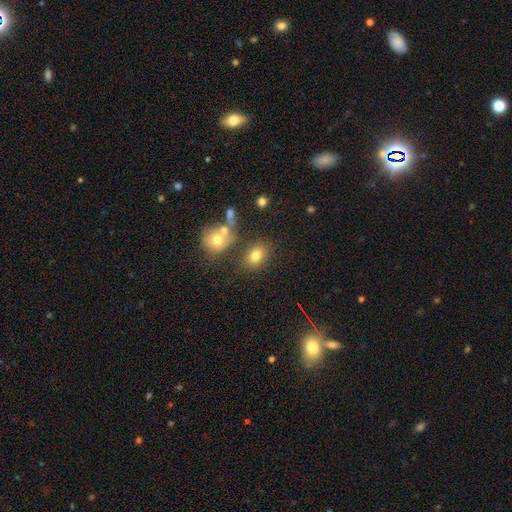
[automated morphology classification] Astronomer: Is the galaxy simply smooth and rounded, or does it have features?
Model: smooth — 75%.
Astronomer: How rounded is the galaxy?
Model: in between — 66%.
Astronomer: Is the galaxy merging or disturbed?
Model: none — 70%.